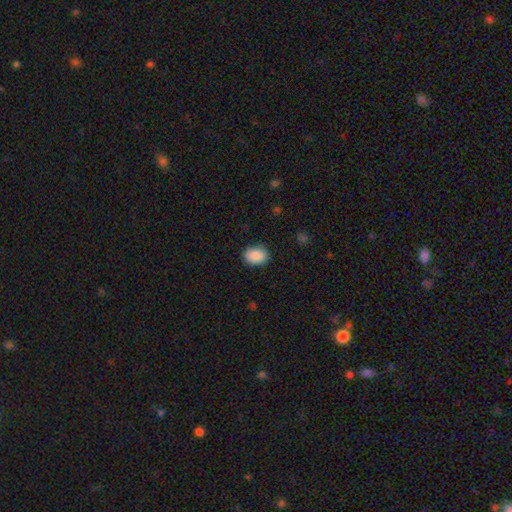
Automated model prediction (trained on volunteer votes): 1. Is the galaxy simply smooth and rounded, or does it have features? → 89% smooth, 7% star or artifact, 3% featured or disk.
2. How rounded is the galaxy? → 64% in between, 35% round, 1% cigar-shaped.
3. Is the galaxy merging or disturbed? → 86% none, 10% minor disturbance, 3% major disturbance, 1% merger.